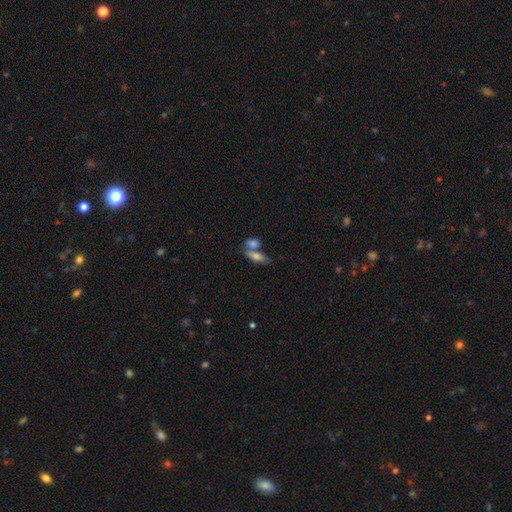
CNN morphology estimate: This appears to be a smooth galaxy with no disk features (73%) that is in between round and cigar-shaped (66%). Merging: merger (47%).